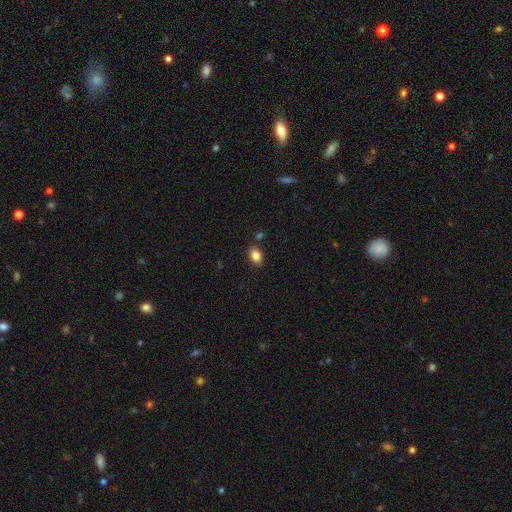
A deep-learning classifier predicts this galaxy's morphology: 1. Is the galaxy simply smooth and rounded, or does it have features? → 85% smooth, 9% star or artifact, 6% featured or disk.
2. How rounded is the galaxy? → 78% in between, 20% round, 1% cigar-shaped.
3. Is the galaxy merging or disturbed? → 83% none, 10% minor disturbance, 5% merger, 2% major disturbance.